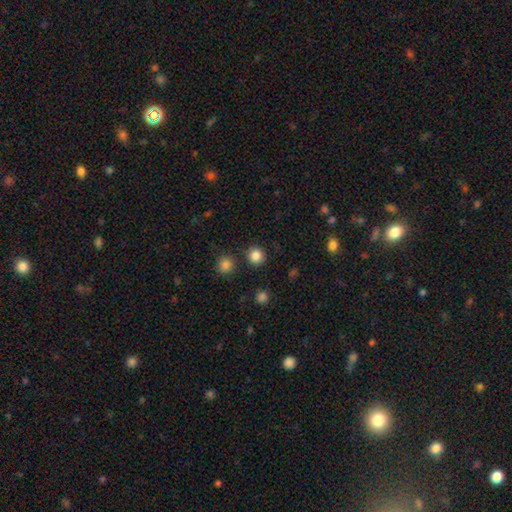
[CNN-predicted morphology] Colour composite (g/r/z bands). It shows a smooth galaxy with no disk features (84%) that is round (94%). Merging: none (89%).